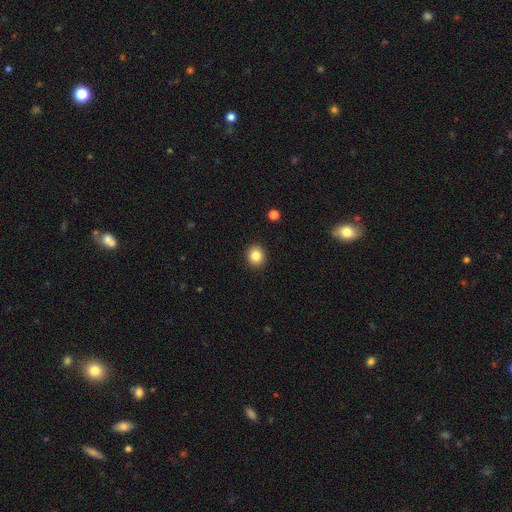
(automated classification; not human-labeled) Q: Smooth or featured?
A: smooth (85%); runner-up: star or artifact (10%)
Q: How rounded?
A: round (79%); runner-up: in between (20%)
Q: Merging?
A: none (92%); runner-up: minor disturbance (5%)